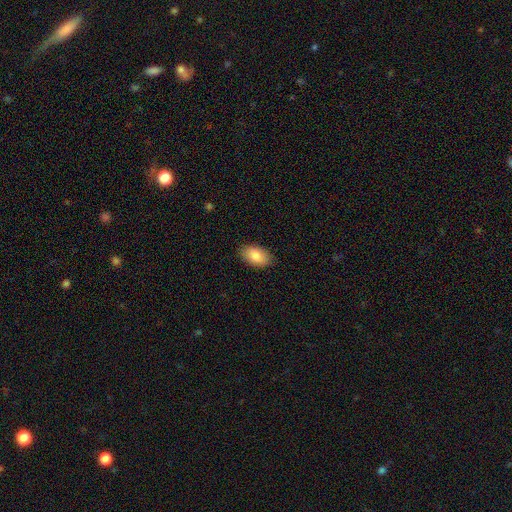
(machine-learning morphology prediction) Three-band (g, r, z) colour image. It shows a smooth galaxy with no disk features (86%) that is in between round and cigar-shaped (94%). Merging: none (88%).